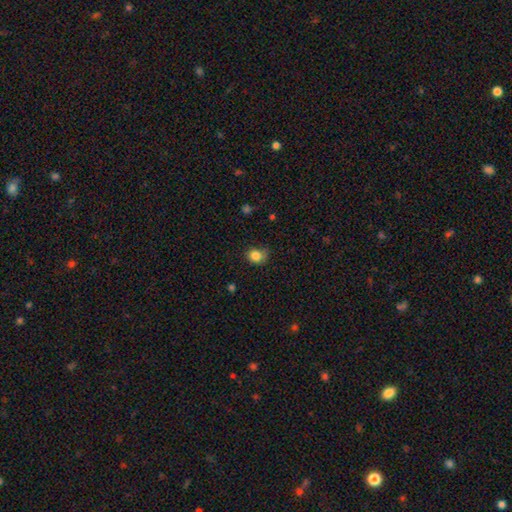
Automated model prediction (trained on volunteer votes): A smooth galaxy with no disk features (83%) that is round (61%).

Vote fractions:
- Smooth or featured? smooth: 83% / star or artifact: 11% / featured or disk: 6%
- How rounded? round: 61% / in between: 38% / cigar-shaped: 1%
- Merging? none: 61% / minor disturbance: 30% / major disturbance: 7% / merger: 2%